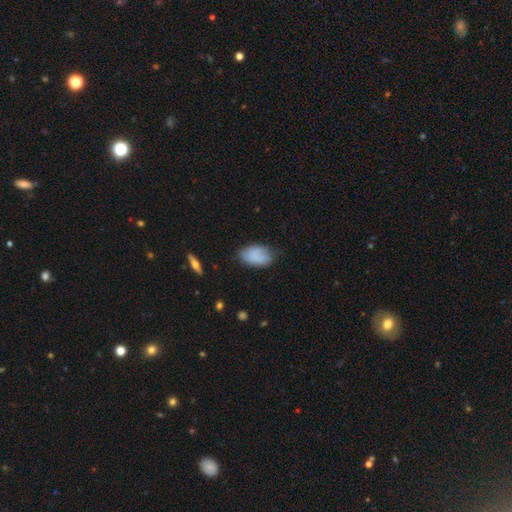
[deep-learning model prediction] This appears to be a smooth galaxy with no disk features (77%) that is in between round and cigar-shaped (92%). Merging: none (60%).